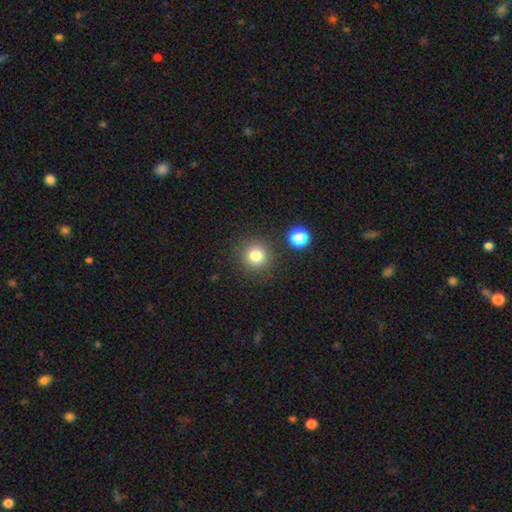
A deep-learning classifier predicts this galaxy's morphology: The model was most divided on "smooth or featured": smooth: 80%, star or artifact: 13%, featured or disk: 7%. More confident: how rounded — round (94%); merging — none (87%).